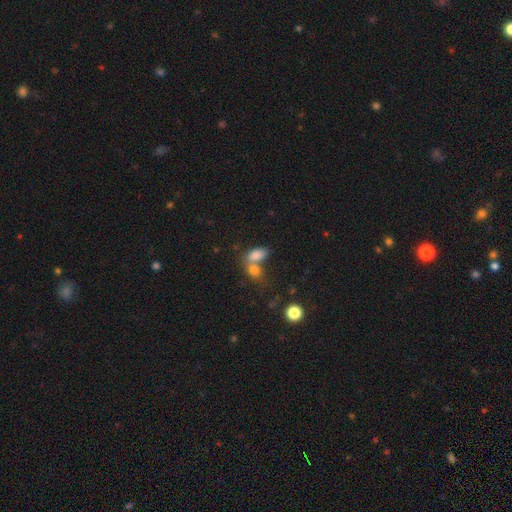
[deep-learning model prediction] Overall: smooth (80%). How rounded: in between (89%). Merging: merger (55%; none 30%).